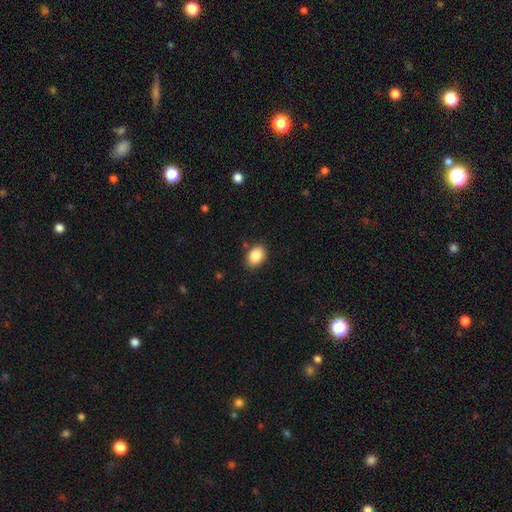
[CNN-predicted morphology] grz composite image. It shows a smooth galaxy with no disk features (86%) that is in between round and cigar-shaped (80%). Merging: none (85%).